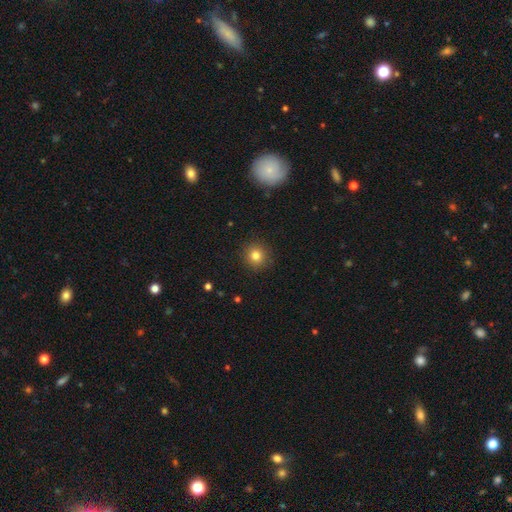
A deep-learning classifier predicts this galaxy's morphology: This appears to be a smooth galaxy with no disk features (81%) that is round (91%). Merging: none (91%).